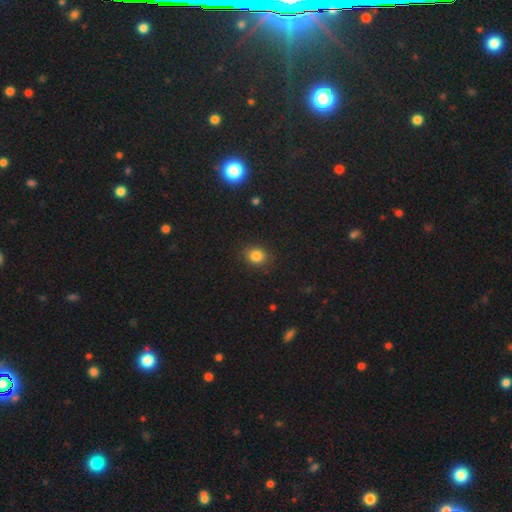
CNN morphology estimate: This is clearly a smooth galaxy (83%). How rounded: likely round (66%). Merging: clearly none (87%).